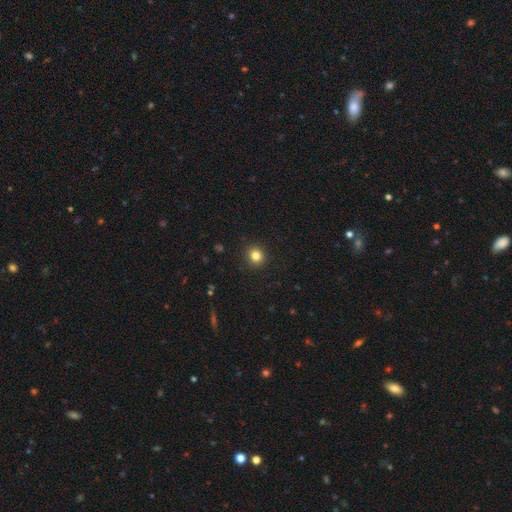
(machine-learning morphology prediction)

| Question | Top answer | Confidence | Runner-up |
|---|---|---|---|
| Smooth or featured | smooth | 82% | star or artifact (12%) |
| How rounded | round | 90% | in between (9%) |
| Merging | none | 92% | minor disturbance (5%) |